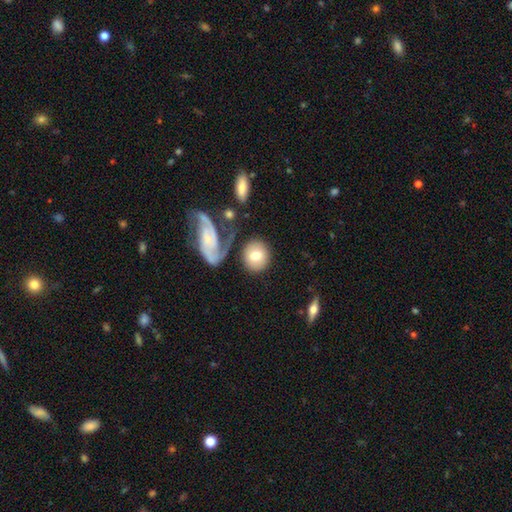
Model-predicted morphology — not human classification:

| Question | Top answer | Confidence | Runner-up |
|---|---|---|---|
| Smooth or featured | smooth | 68% | featured or disk (26%) |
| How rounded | round | 81% | in between (17%) |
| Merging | none | 68% | minor disturbance (13%) |